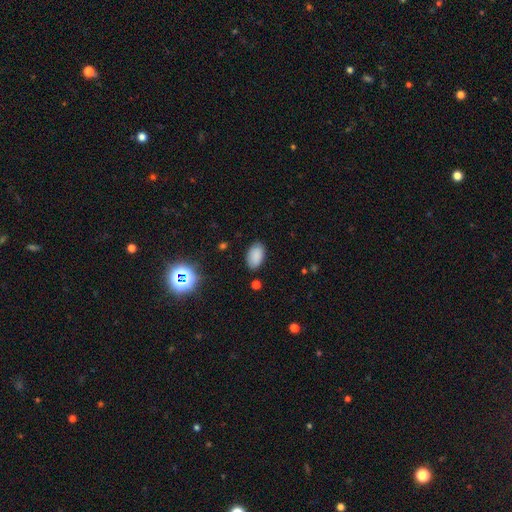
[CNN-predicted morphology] Overall: smooth (86%). How rounded: in between (93%). Merging: none (85%).